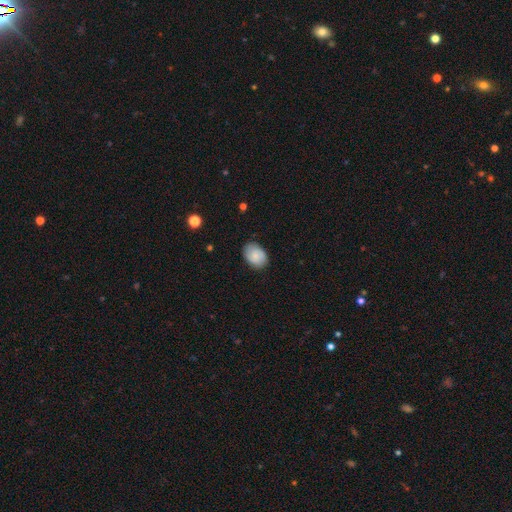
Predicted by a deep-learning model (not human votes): A smooth galaxy with no disk features (82%) that is in between round and cigar-shaped (76%).

Vote fractions:
- Smooth or featured? smooth: 82% / featured or disk: 11% / star or artifact: 7%
- How rounded? in between: 76% / round: 23% / cigar-shaped: 1%
- Merging? none: 82% / minor disturbance: 15% / major disturbance: 3% / merger: 1%